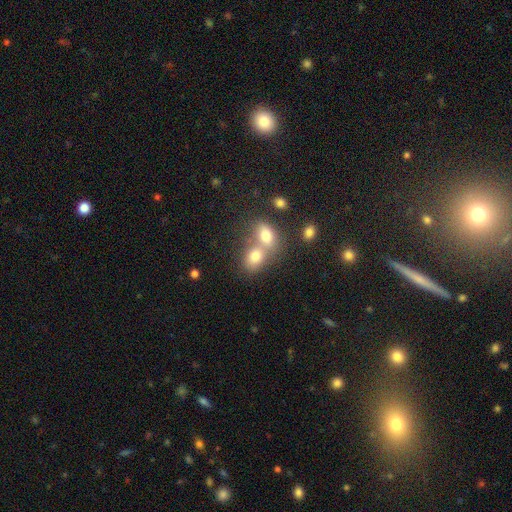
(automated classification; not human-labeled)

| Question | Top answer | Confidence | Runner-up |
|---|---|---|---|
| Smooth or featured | smooth | 76% | featured or disk (13%) |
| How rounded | in between | 64% | round (35%) |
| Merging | merger | 63% | none (27%) |